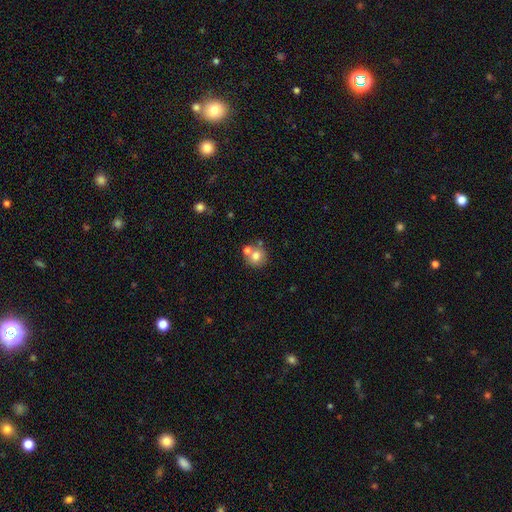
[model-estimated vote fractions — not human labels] This appears to be a smooth galaxy with no disk features (73%) that is round (85%). Merging: none (55%).